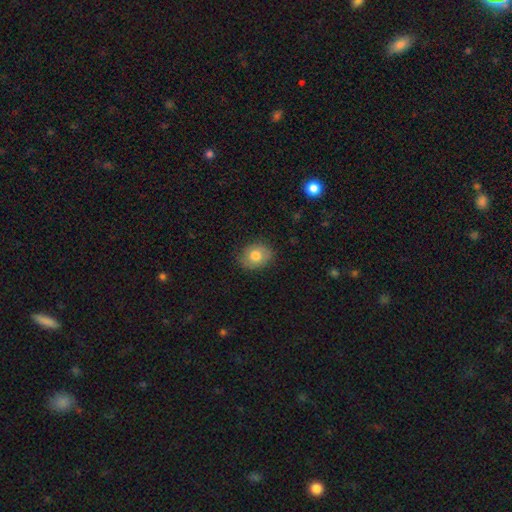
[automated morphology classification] smooth_or_featured: smooth (p=0.78) [alt: featured or disk p=0.14]
how_rounded: round (p=0.54) [alt: in between p=0.45]
merging: none (p=0.82) [alt: minor disturbance p=0.14]